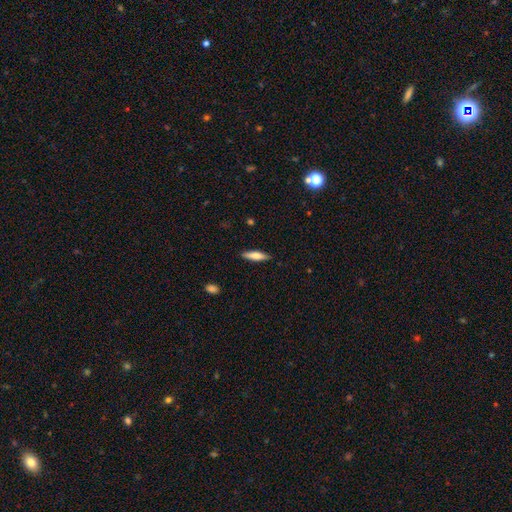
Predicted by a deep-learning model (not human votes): Q: Smooth or featured?
A: smooth (66%); runner-up: featured or disk (28%)
Q: How rounded?
A: cigar-shaped (72%); runner-up: in between (26%)
Q: Merging?
A: none (88%); runner-up: minor disturbance (9%)